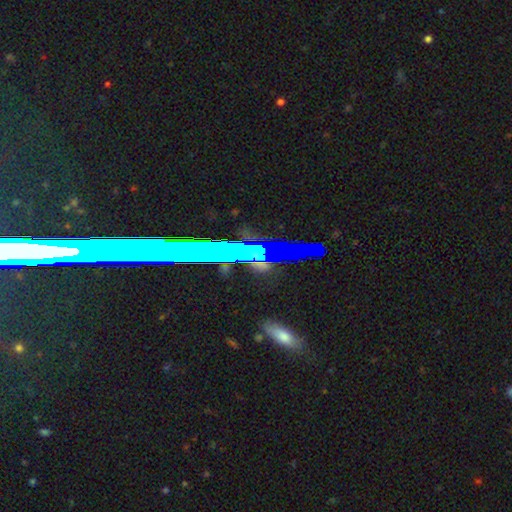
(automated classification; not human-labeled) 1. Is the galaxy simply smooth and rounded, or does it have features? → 57% star or artifact, 22% smooth, 21% featured or disk.